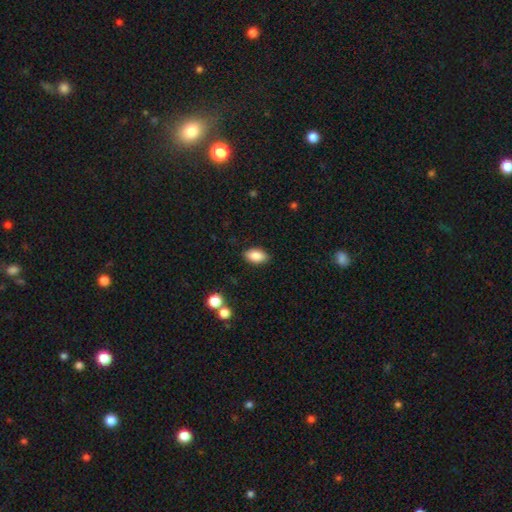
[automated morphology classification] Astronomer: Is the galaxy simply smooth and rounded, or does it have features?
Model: smooth — 86%.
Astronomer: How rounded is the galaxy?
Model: in between — 93%.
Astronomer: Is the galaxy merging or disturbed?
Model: none — 87%.